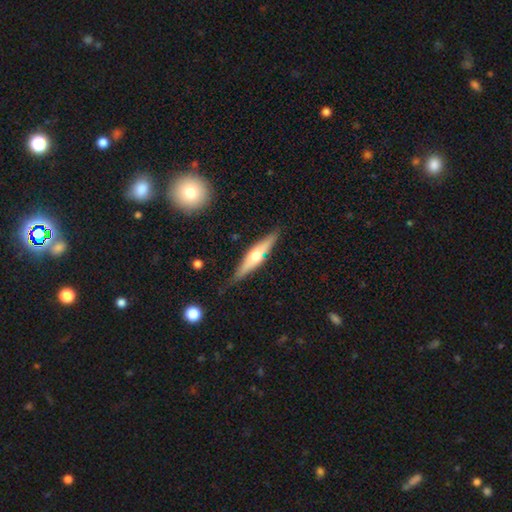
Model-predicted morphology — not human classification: Smooth or featured? Predicted: featured or disk (p=0.60). Edge-on disk? Predicted: yes (p=0.95). Edge-on bulge? Predicted: rounded (p=0.88). Merging? Predicted: none (p=0.84).